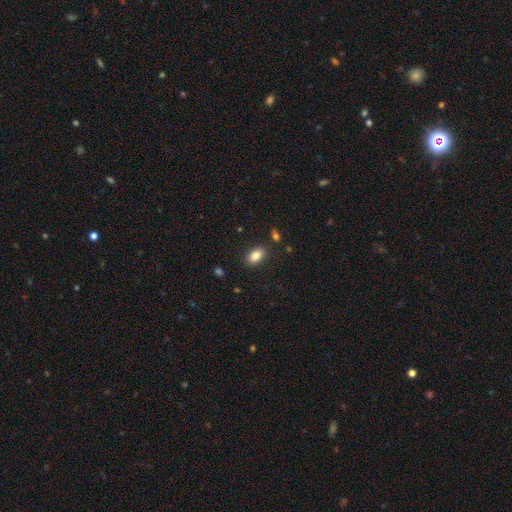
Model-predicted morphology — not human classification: This appears to be a smooth galaxy with no disk features (84%) that is in between round and cigar-shaped (89%). Merging: none (86%).